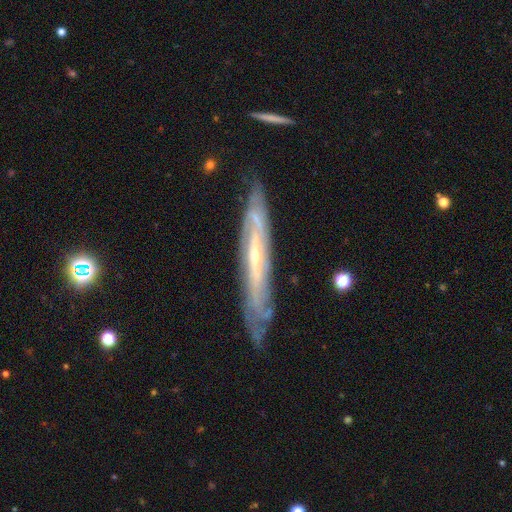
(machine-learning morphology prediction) Smooth or featured: featured or disk — 82% (smooth — 12%)
Edge-on disk: yes — 53% (no — 47%)
Merging: none — 74% (minor disturbance — 19%)